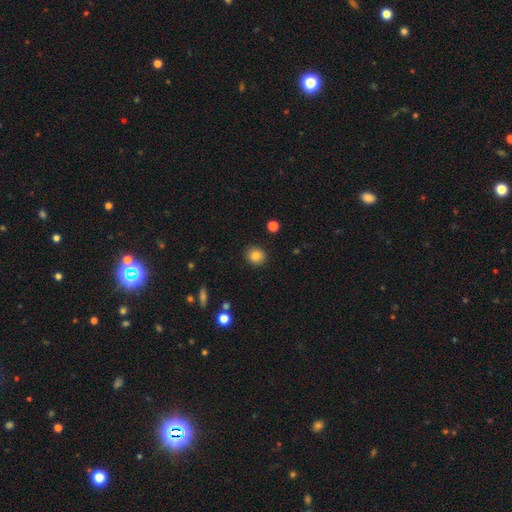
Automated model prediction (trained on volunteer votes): Smooth or featured?
  - smooth: 84% *
  - star or artifact: 10%
  - featured or disk: 6%
How rounded?
  - round: 86% *
  - in between: 13%
  - cigar-shaped: 1%
Merging?
  - none: 91% *
  - minor disturbance: 6%
  - major disturbance: 2%
  - merger: 1%